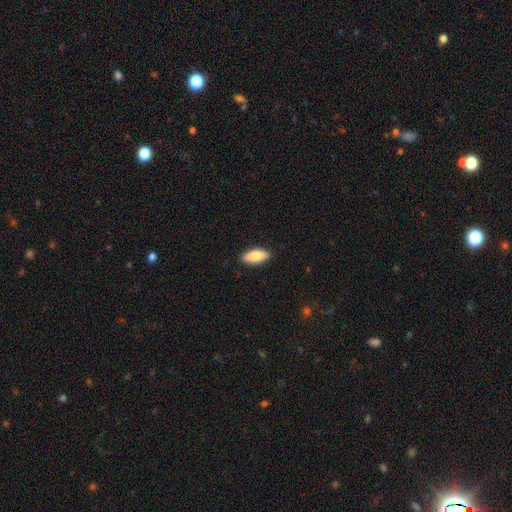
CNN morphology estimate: Smooth or featured?
  - smooth: 85% *
  - featured or disk: 10%
  - star or artifact: 6%
How rounded?
  - in between: 76% *
  - cigar-shaped: 22%
  - round: 2%
Merging?
  - none: 89% *
  - minor disturbance: 9%
  - major disturbance: 2%
  - merger: 1%